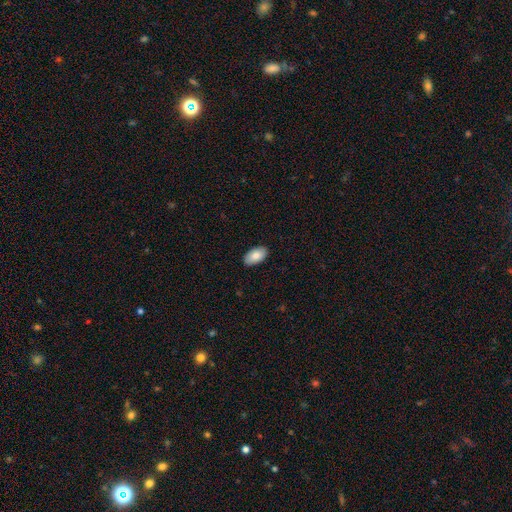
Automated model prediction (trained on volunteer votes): A smooth galaxy with no disk features (85%) that is in between round and cigar-shaped (96%). Merging: none (89%).